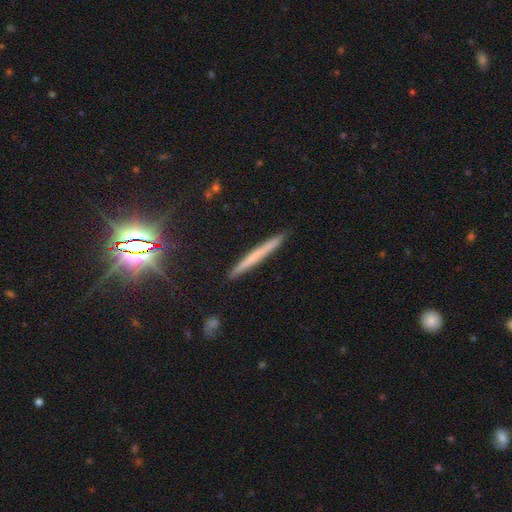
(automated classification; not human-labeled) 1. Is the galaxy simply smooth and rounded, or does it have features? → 52% smooth, 34% featured or disk, 13% star or artifact.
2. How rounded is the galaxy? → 96% cigar-shaped, 2% in between, 2% round.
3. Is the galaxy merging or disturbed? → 91% none, 6% minor disturbance, 1% major disturbance, 1% merger.